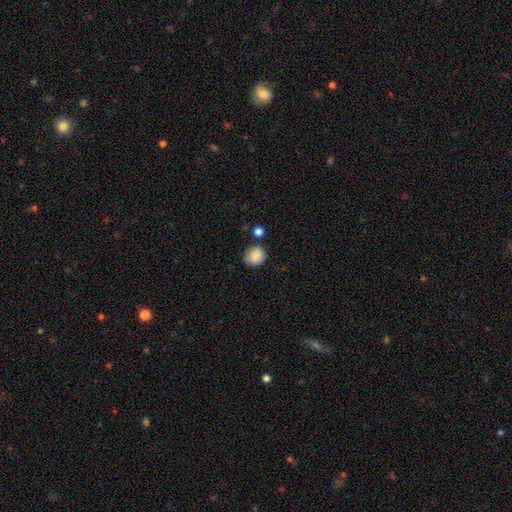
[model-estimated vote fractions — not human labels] Smooth or featured: smooth — 86% (star or artifact — 8%)
How rounded: round — 83% (in between — 16%)
Merging: none — 72% (minor disturbance — 17%)